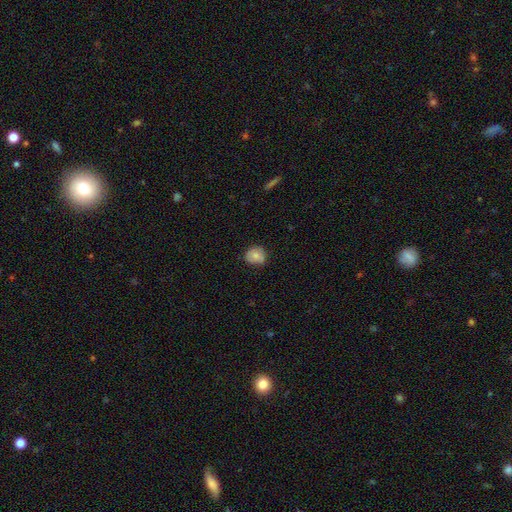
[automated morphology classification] The model was most divided on "merging": none: 73%, minor disturbance: 22%, major disturbance: 4%, merger: 1%. More confident: how rounded — round (78%); smooth or featured — smooth (78%).